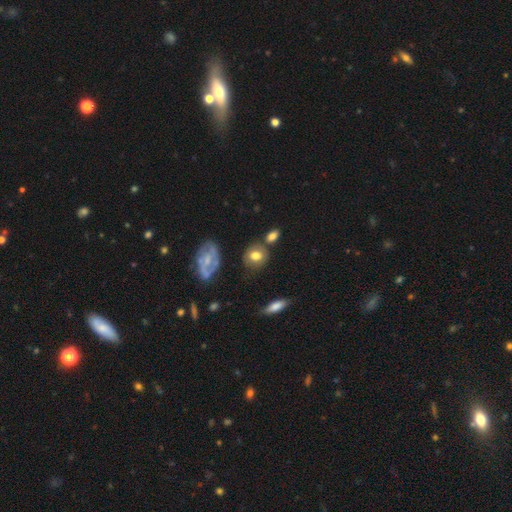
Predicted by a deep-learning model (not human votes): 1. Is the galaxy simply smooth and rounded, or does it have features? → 71% smooth, 20% featured or disk, 9% star or artifact.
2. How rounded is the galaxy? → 69% round, 29% in between, 2% cigar-shaped.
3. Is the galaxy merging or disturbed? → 68% none, 15% minor disturbance, 12% merger, 5% major disturbance.